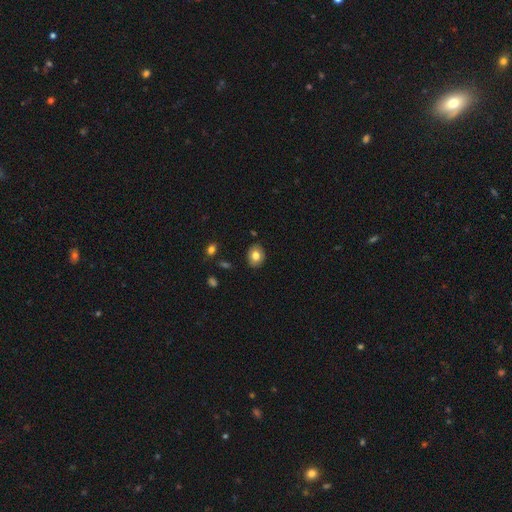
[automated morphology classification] Smooth or featured?
  - smooth: 76% *
  - featured or disk: 15%
  - star or artifact: 9%
How rounded?
  - in between: 52% *
  - round: 47%
  - cigar-shaped: 1%
Merging?
  - none: 87% *
  - minor disturbance: 9%
  - major disturbance: 2%
  - merger: 1%